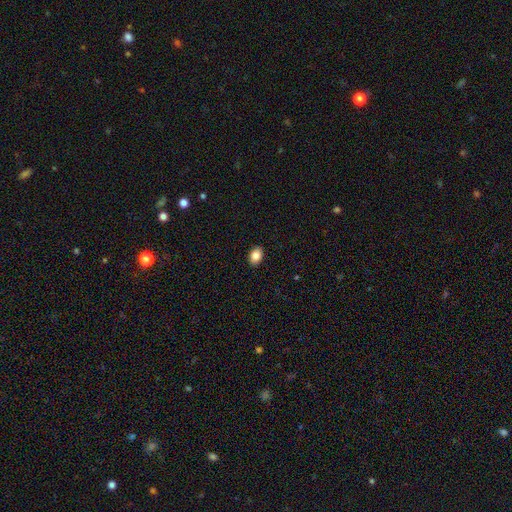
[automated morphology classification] Overall: smooth (84%). How rounded: in between (79%). Merging: none (90%).